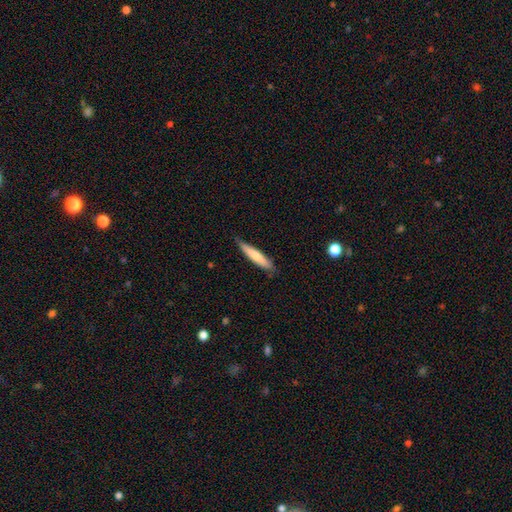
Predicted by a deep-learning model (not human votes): Overall: smooth (71%). How rounded: cigar-shaped (88%). Merging: none (79%).